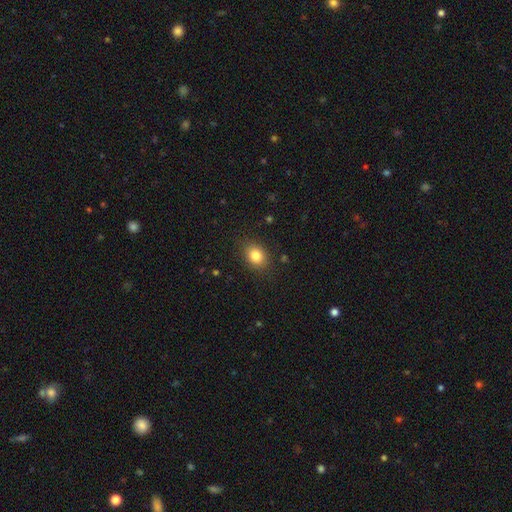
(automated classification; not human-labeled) This appears to be a smooth galaxy with no disk features (83%) that is in between round and cigar-shaped (57%). Merging: none (86%).